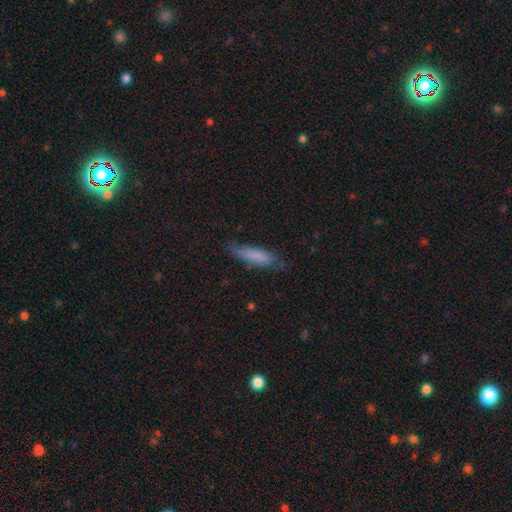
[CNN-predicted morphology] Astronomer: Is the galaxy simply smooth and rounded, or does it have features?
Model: smooth — 78%.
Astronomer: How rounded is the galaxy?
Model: cigar-shaped — 69%.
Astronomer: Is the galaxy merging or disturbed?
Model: none — 71%.